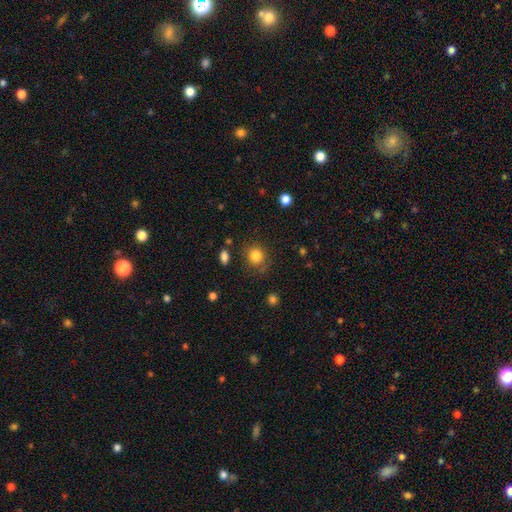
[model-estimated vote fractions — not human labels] Overall: smooth (83%). How rounded: round (81%). Merging: none (75%).